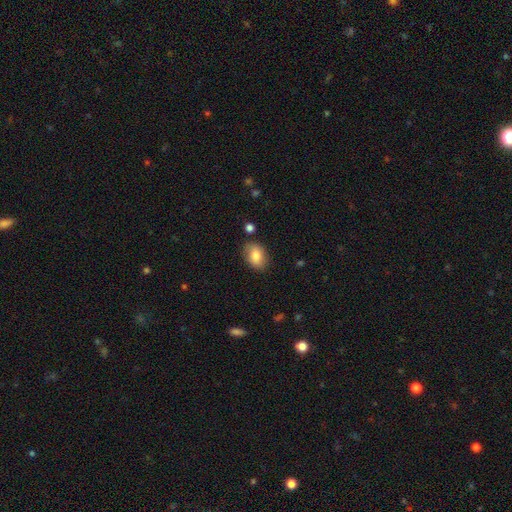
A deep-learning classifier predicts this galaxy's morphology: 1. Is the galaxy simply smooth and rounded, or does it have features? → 82% smooth, 11% featured or disk, 8% star or artifact.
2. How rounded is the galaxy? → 81% in between, 18% round, 1% cigar-shaped.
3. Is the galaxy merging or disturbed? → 81% none, 14% minor disturbance, 3% major disturbance, 2% merger.